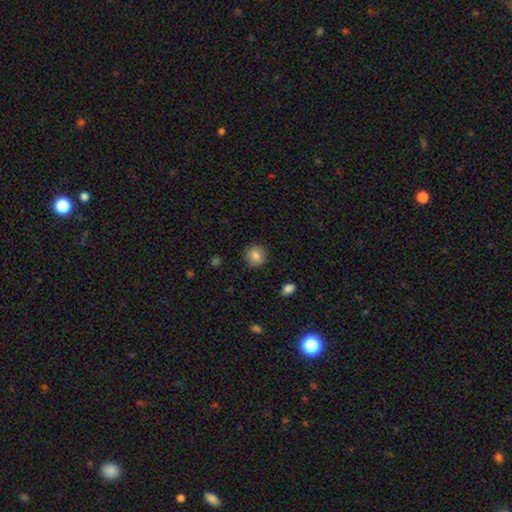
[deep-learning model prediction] smooth 84%, star or artifact 9%, featured or disk 7%. Down the decision tree: how rounded — round (91%); merging — none (90%).